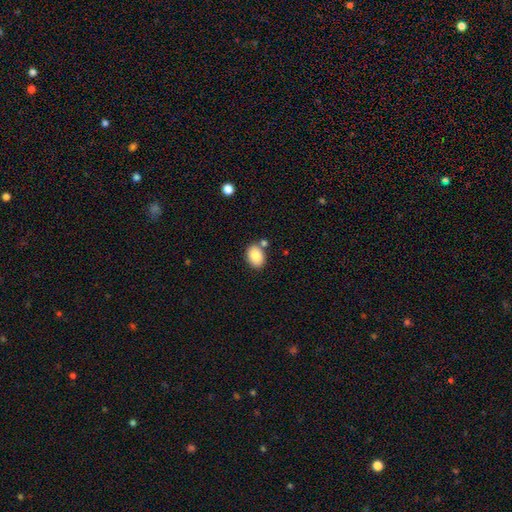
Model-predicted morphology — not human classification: smooth_or_featured: smooth (p=0.86) [alt: star or artifact p=0.08]
how_rounded: in between (p=0.76) [alt: round p=0.23]
merging: none (p=0.73) [alt: minor disturbance p=0.12]